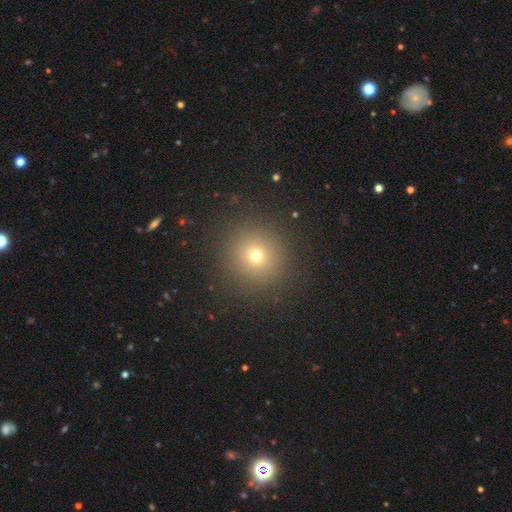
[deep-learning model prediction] A smooth galaxy with no disk features (69%) that is round (94%).

Vote fractions:
- Smooth or featured? smooth: 69% / star or artifact: 21% / featured or disk: 10%
- How rounded? round: 94% / in between: 5% / cigar-shaped: 1%
- Merging? none: 90% / minor disturbance: 6% / major disturbance: 3% / merger: 1%